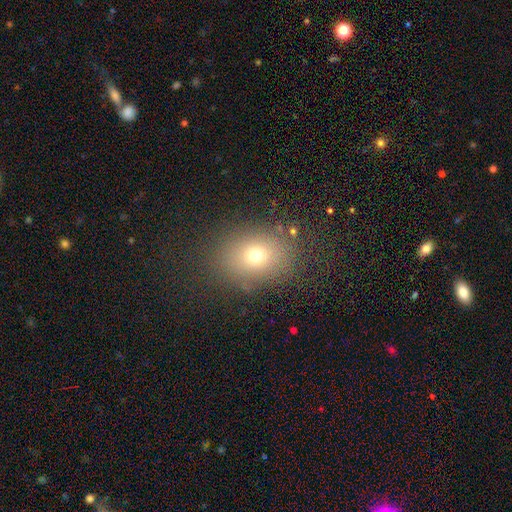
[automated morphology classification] type=smooth (70%); roundness=in between (63%); merging=none (79%).